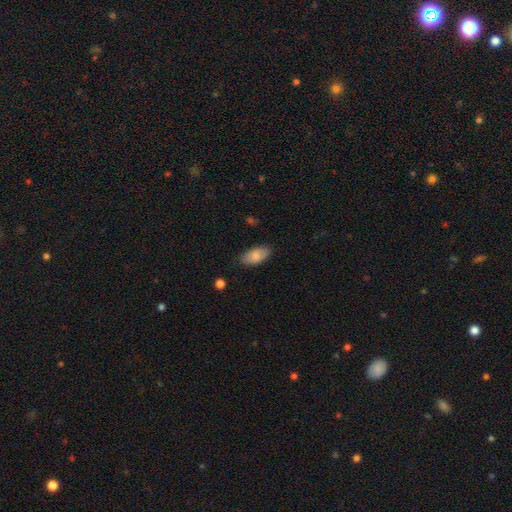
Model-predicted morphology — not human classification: Smooth or featured: smooth — 82% (featured or disk — 12%)
How rounded: in between — 93% (cigar-shaped — 5%)
Merging: none — 81% (minor disturbance — 14%)